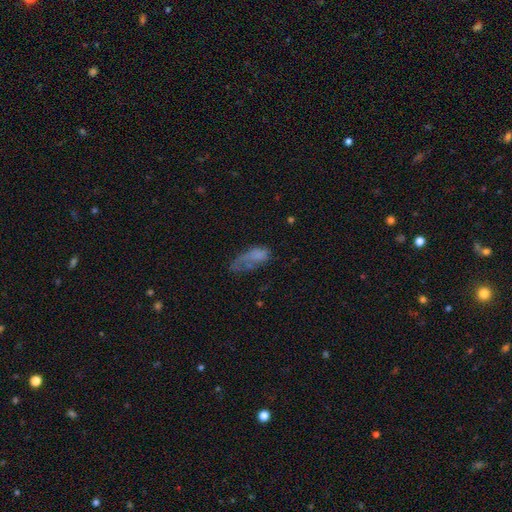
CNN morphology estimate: This appears to be a smooth galaxy with no disk features (63%) that is in between round and cigar-shaped (81%). Merging: major disturbance (43%).